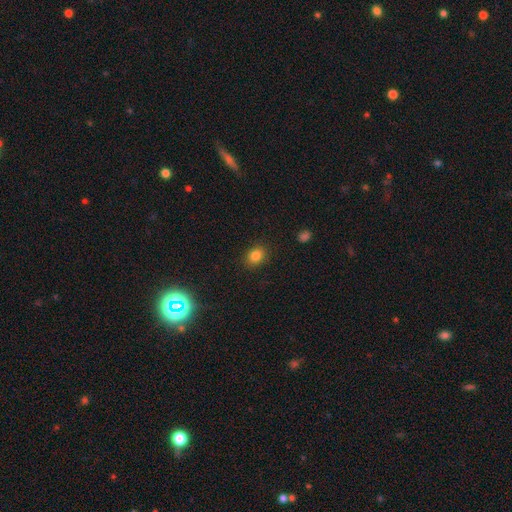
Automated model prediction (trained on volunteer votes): smooth 82%, star or artifact 12%, featured or disk 6%. Down the decision tree: how rounded — in between (50%); merging — none (88%).